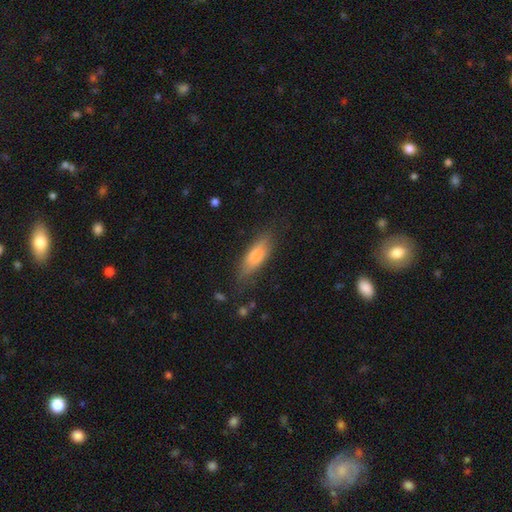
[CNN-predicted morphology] smooth 66%, featured or disk 27%, star or artifact 7%. Down the decision tree: how rounded — in between (54%); merging — none (76%).